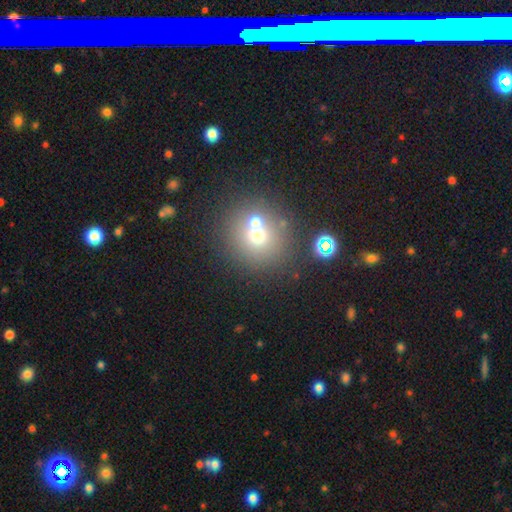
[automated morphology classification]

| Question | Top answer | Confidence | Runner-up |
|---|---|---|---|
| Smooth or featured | smooth | 57% | star or artifact (25%) |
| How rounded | round | 87% | in between (12%) |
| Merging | none | 54% | merger (35%) |